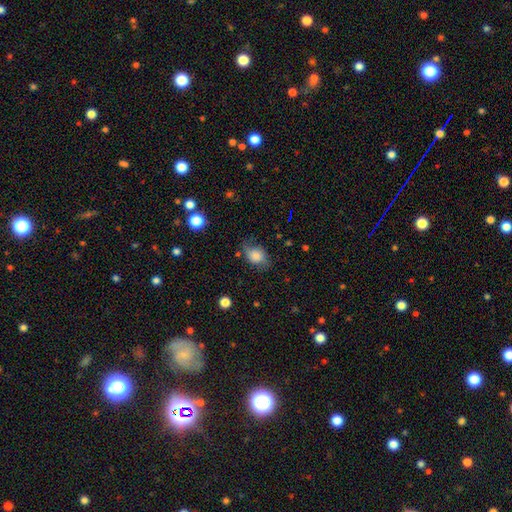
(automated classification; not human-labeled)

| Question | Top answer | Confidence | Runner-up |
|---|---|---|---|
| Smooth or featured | smooth | 76% | featured or disk (14%) |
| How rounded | in between | 64% | round (35%) |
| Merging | none | 61% | minor disturbance (28%) |